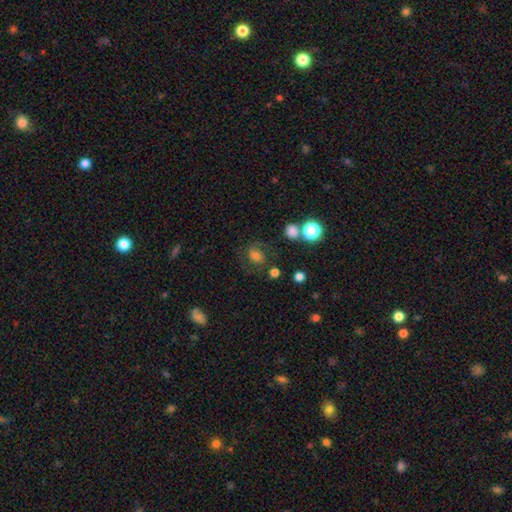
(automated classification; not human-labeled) smooth-or-featured: smooth: 53% | featured or disk: 29% | star or artifact: 18%
  how-rounded: round: 62% | in between: 37% | cigar-shaped: 1%
  merging: none: 65% | minor disturbance: 17% | major disturbance: 12% | merger: 5%